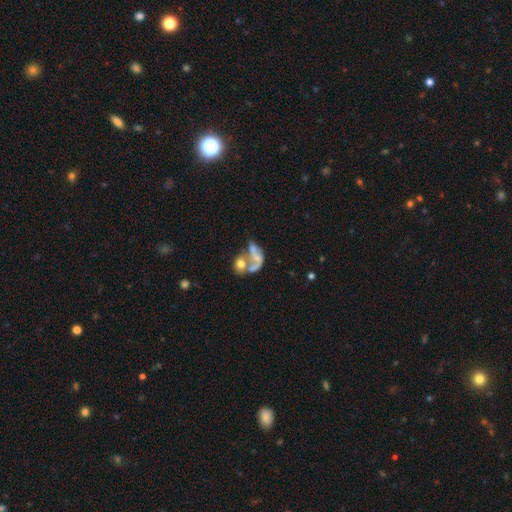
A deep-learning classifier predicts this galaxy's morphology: This is possibly a featured or disk galaxy (51%). It is clearly not viewed edge-on (97%). Merging: possibly merger (51%).